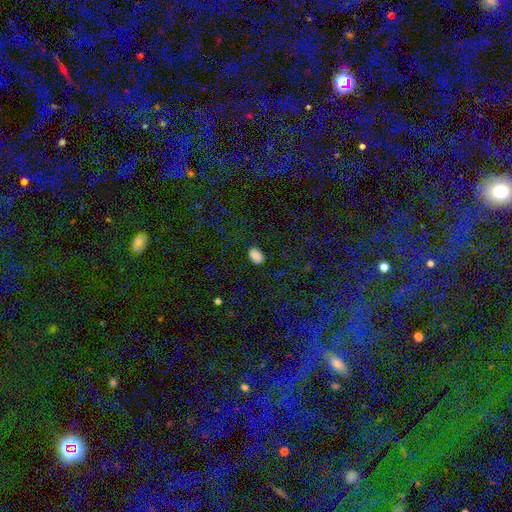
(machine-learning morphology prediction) Smooth or featured? Predicted: smooth (p=0.85). How rounded? Predicted: in between (p=0.90). Merging? Predicted: none (p=0.83).